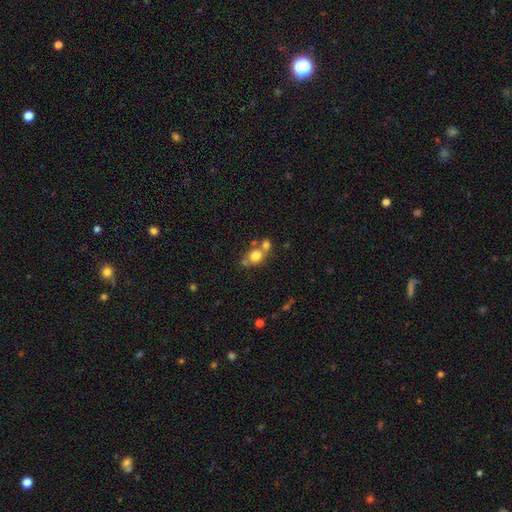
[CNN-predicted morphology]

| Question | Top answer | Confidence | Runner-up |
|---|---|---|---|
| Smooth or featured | smooth | 75% | featured or disk (13%) |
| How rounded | round | 74% | in between (25%) |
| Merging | none | 46% | merger (40%) |